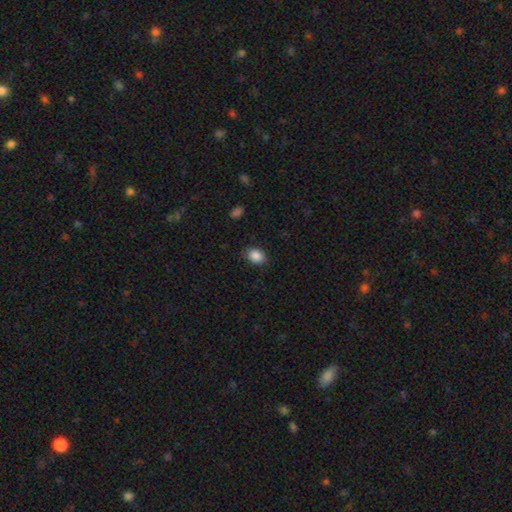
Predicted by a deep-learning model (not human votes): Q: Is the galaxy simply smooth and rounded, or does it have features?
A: smooth — 88%.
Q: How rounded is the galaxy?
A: in between — 69%.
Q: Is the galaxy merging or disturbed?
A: none — 82%.